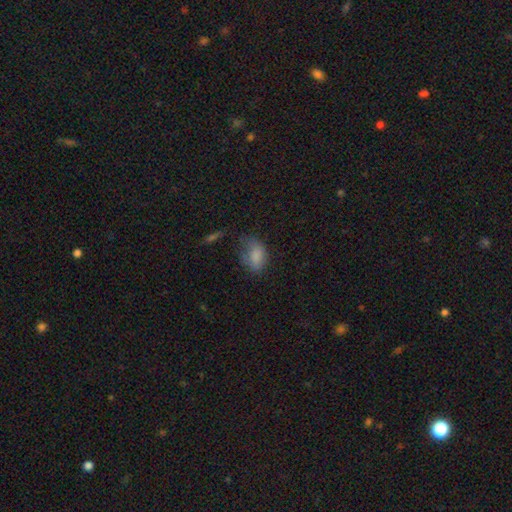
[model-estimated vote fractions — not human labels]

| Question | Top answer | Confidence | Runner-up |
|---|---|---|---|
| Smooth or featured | smooth | 80% | featured or disk (10%) |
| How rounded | in between | 84% | round (14%) |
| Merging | none | 43% | minor disturbance (32%) |